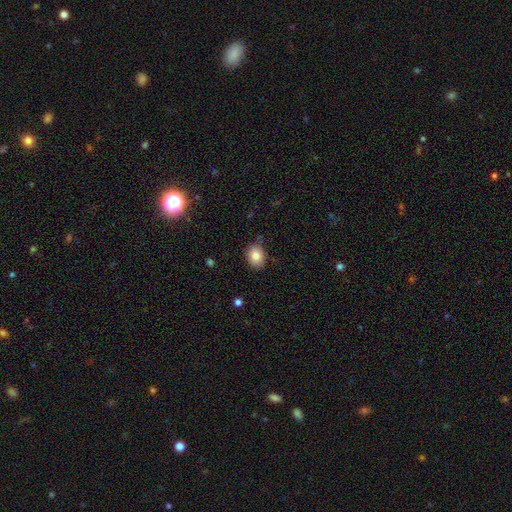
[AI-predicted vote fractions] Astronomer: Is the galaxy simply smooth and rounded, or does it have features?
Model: smooth — 84%.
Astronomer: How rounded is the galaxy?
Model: in between — 60% (runner-up: round, 39%).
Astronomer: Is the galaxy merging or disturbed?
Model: none — 82%.